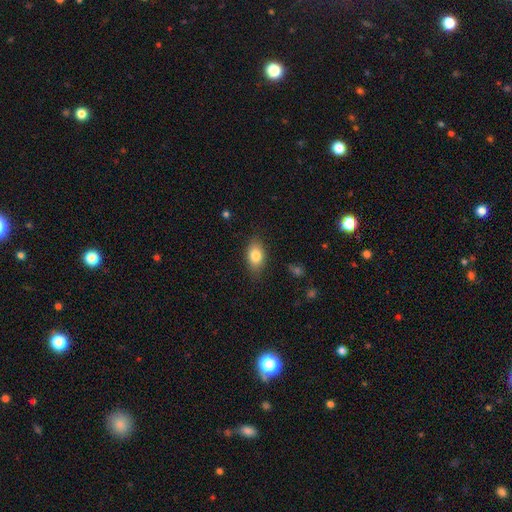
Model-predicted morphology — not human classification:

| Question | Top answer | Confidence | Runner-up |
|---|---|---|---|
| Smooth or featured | smooth | 82% | featured or disk (10%) |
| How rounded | in between | 88% | round (10%) |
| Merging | none | 82% | minor disturbance (14%) |